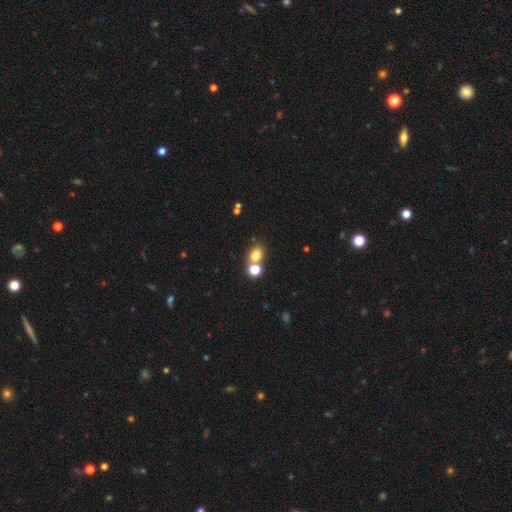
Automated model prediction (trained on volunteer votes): A smooth galaxy with no disk features (75%) that is round (59%).

Vote fractions:
- Smooth or featured? smooth: 75% / star or artifact: 15% / featured or disk: 9%
- How rounded? round: 59% / in between: 40% / cigar-shaped: 1%
- Merging? none: 53% / merger: 35% / minor disturbance: 8% / major disturbance: 4%